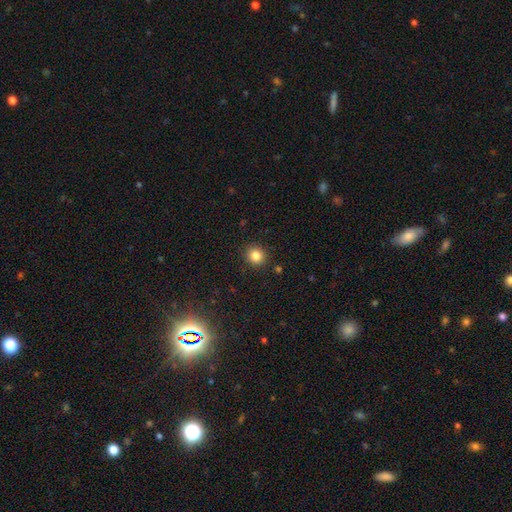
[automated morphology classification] type=smooth (83%); roundness=round (86%); merging=none (91%).